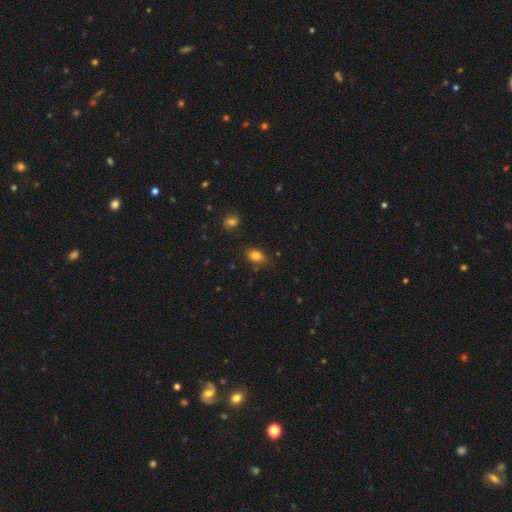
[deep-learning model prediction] A smooth galaxy with no disk features (83%) that is in between round and cigar-shaped (71%). Merging: none (74%).